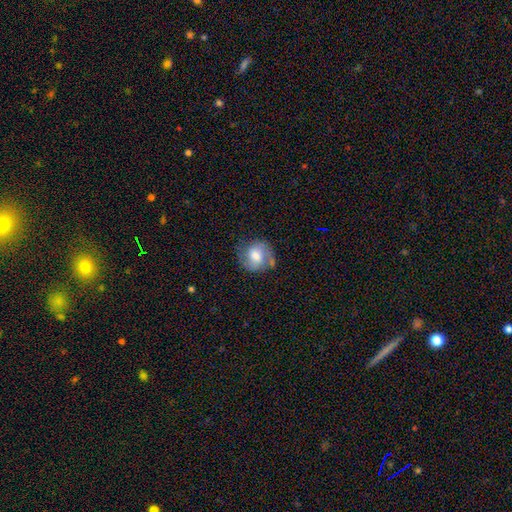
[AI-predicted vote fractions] smooth-or-featured: smooth: 51% | featured or disk: 41% | star or artifact: 8%
  how-rounded: round: 80% | in between: 19% | cigar-shaped: 1%
  merging: none: 61% | minor disturbance: 25% | major disturbance: 9% | merger: 5%